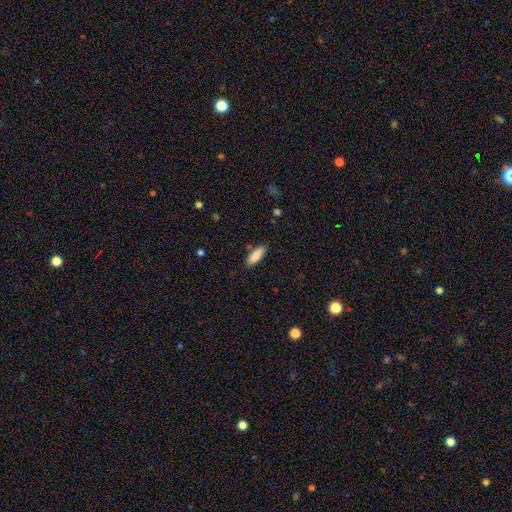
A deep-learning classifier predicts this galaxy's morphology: Smooth or featured?
  - smooth: 87% *
  - featured or disk: 6%
  - star or artifact: 6%
How rounded?
  - in between: 66% *
  - cigar-shaped: 32%
  - round: 2%
Merging?
  - none: 85% *
  - minor disturbance: 10%
  - major disturbance: 2%
  - merger: 2%